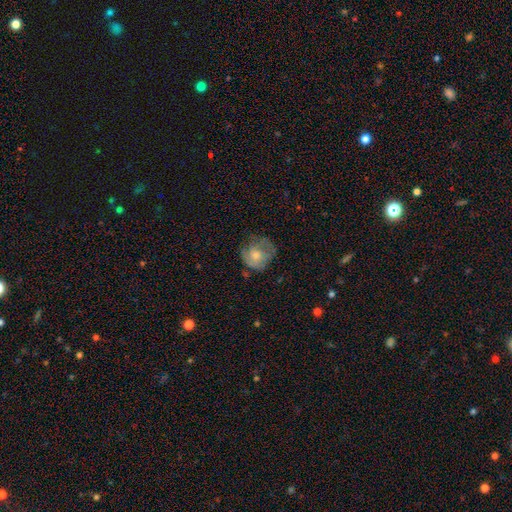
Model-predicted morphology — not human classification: smooth 55%, featured or disk 38%, star or artifact 8%. Down the decision tree: how rounded — round (77%); merging — none (53%).